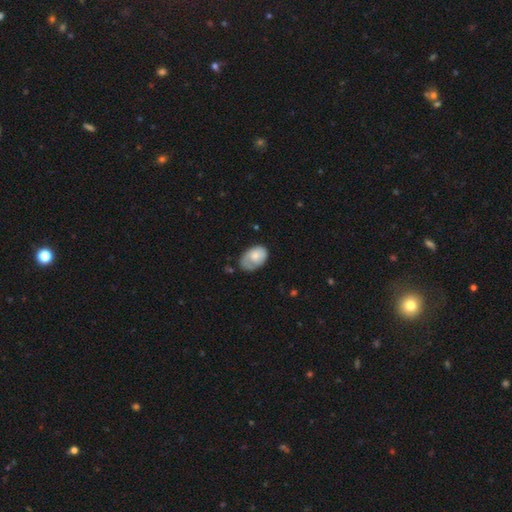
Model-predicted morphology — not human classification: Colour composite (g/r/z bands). It shows a smooth galaxy with no disk features (65%) that is in between round and cigar-shaped (86%). Merging: none (45%).